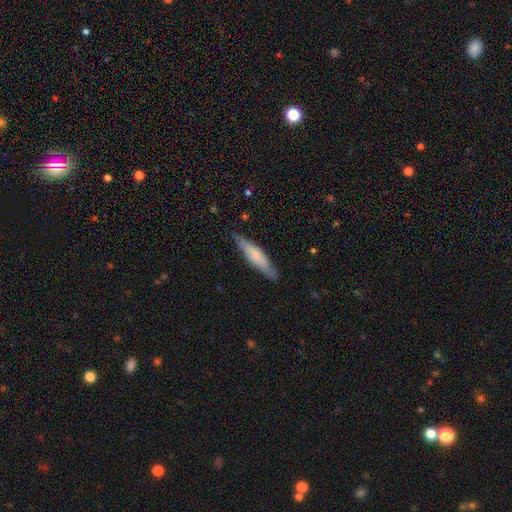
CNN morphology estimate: smooth-or-featured: smooth: 64% | featured or disk: 30% | star or artifact: 5%
  how-rounded: cigar-shaped: 82% | in between: 17% | round: 1%
  merging: none: 84% | minor disturbance: 12% | major disturbance: 2% | merger: 1%